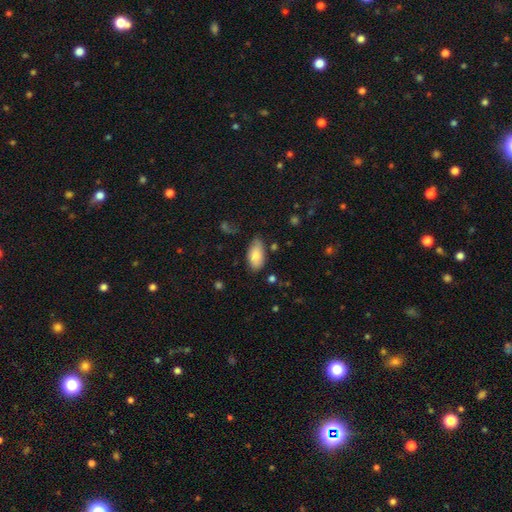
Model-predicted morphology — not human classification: This is clearly a smooth galaxy (82%). How rounded: clearly in between (94%). Merging: likely none (70%).